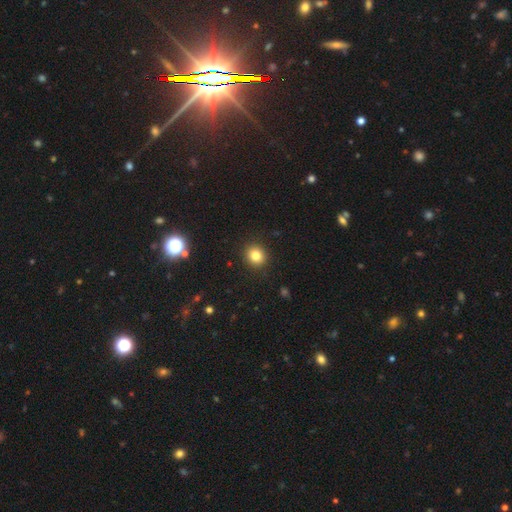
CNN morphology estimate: Smooth or featured? smooth (82%)
How rounded? round (86%)
Merging? none (92%)